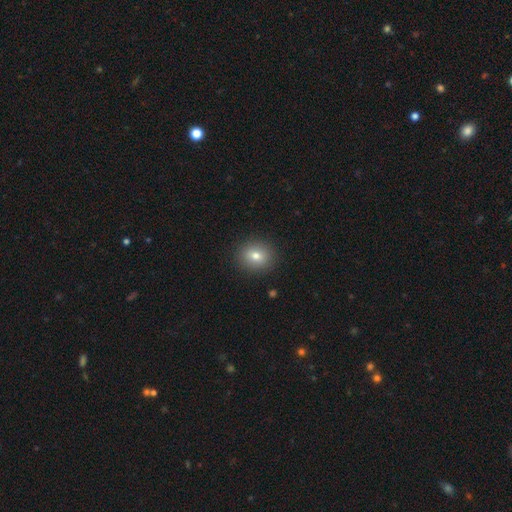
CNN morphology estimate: A smooth galaxy with no disk features (77%) that is round (77%). Merging: none (90%).